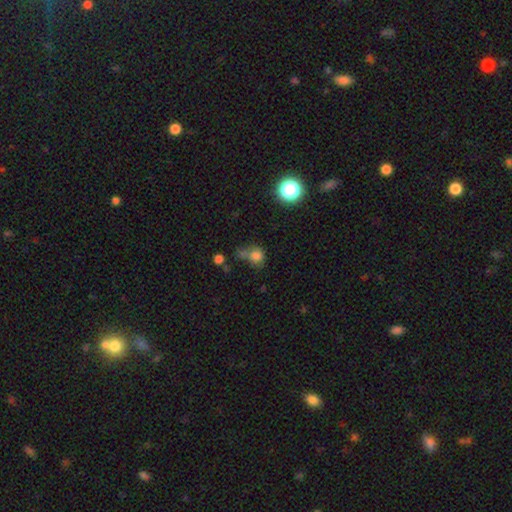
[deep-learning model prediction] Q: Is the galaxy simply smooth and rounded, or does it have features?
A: smooth — 75%.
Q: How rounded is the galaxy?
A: round — 73%.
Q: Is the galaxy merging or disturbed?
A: none — 41%.